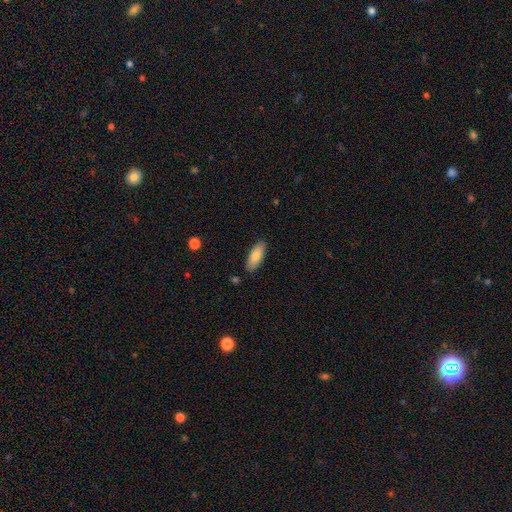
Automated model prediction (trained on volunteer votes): smooth-or-featured: smooth: 82% | featured or disk: 12% | star or artifact: 6%
  how-rounded: in between: 70% | cigar-shaped: 28% | round: 2%
  merging: none: 87% | minor disturbance: 9% | major disturbance: 2% | merger: 2%